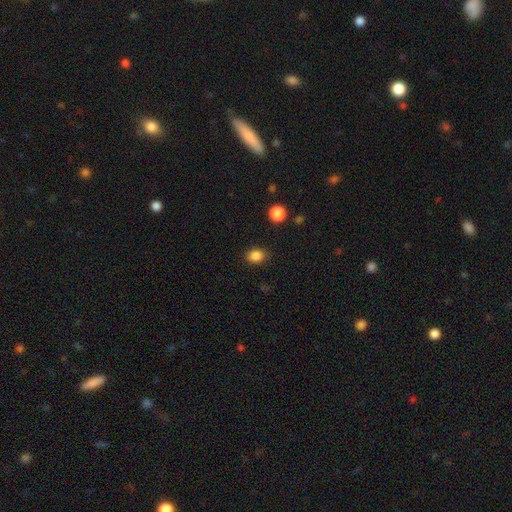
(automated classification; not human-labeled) Overall: smooth (86%). How rounded: in between (54%; round 45%). Merging: none (86%).